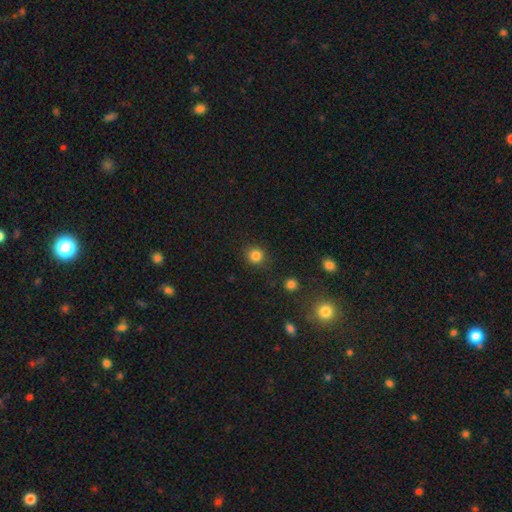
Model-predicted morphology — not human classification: Q: Smooth or featured?
A: smooth (83%); runner-up: star or artifact (13%)
Q: How rounded?
A: round (90%); runner-up: in between (9%)
Q: Merging?
A: none (86%); runner-up: minor disturbance (9%)